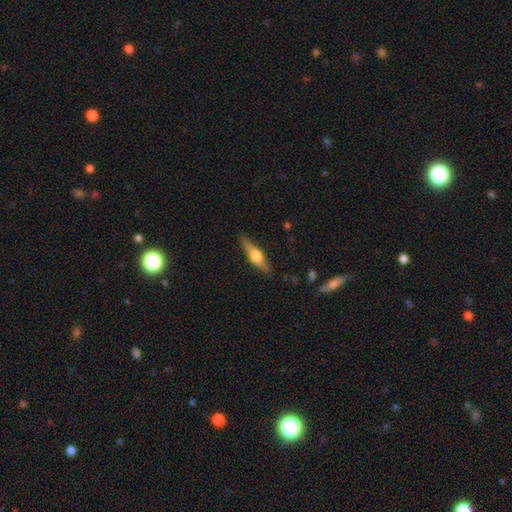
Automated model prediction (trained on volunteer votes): A featured or disk galaxy (60%) viewed edge-on (96%) with a rounded central bulge (93%). Merging: none (87%).